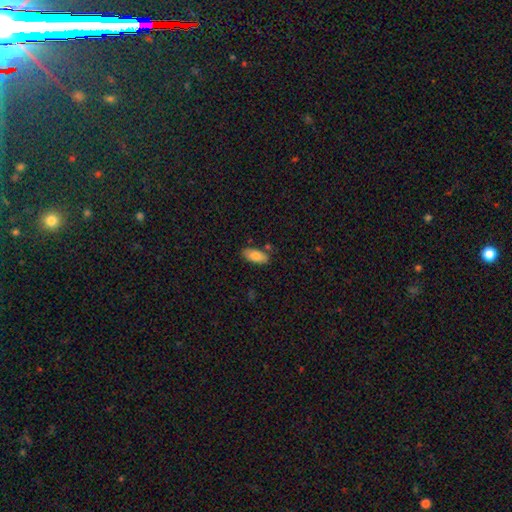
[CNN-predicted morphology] Smooth or featured?
  - smooth: 82% *
  - featured or disk: 11%
  - star or artifact: 7%
How rounded?
  - in between: 88% *
  - cigar-shaped: 10%
  - round: 2%
Merging?
  - none: 79% *
  - minor disturbance: 13%
  - merger: 5%
  - major disturbance: 3%